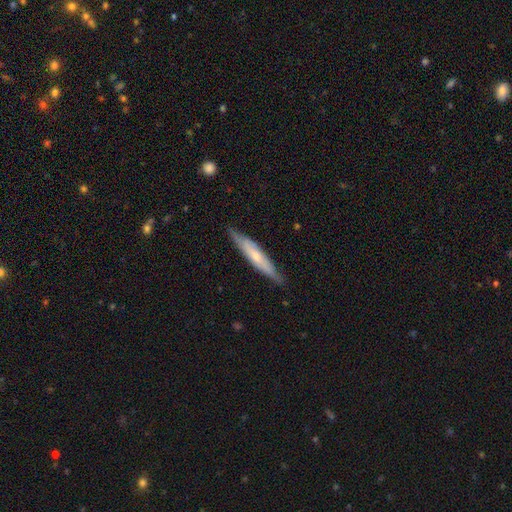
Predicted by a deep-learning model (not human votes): Q: Smooth or featured?
A: featured or disk (48%); runner-up: smooth (47%)
Q: Merging?
A: none (85%); runner-up: minor disturbance (12%)